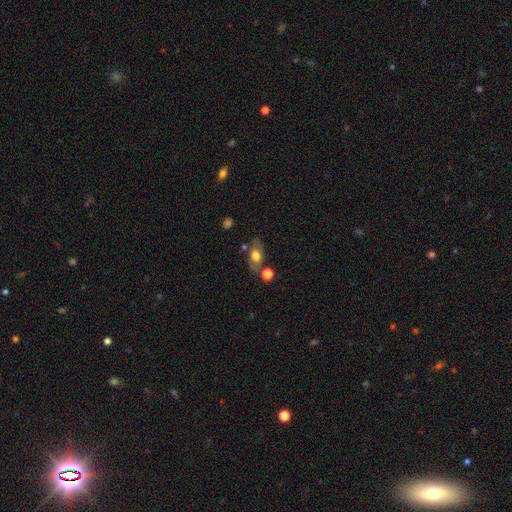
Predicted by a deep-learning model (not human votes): A smooth galaxy with no disk features (64%) that is in between round and cigar-shaped (80%).

Vote fractions:
- Smooth or featured? smooth: 64% / featured or disk: 27% / star or artifact: 9%
- How rounded? in between: 80% / round: 13% / cigar-shaped: 7%
- Merging? none: 66% / minor disturbance: 16% / merger: 12% / major disturbance: 6%